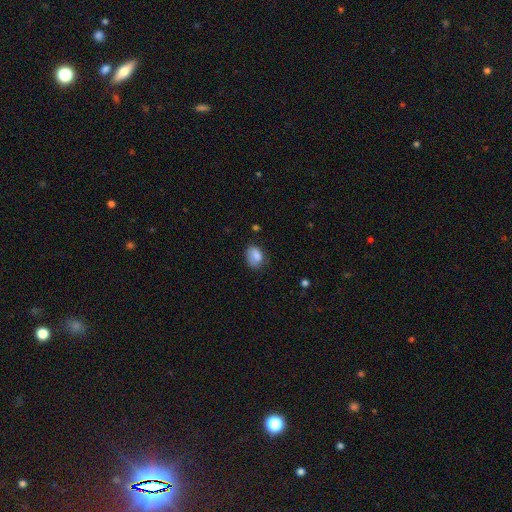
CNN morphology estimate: Q: Smooth or featured?
A: smooth (82%); runner-up: featured or disk (10%)
Q: How rounded?
A: in between (75%); runner-up: round (24%)
Q: Merging?
A: none (59%); runner-up: minor disturbance (29%)